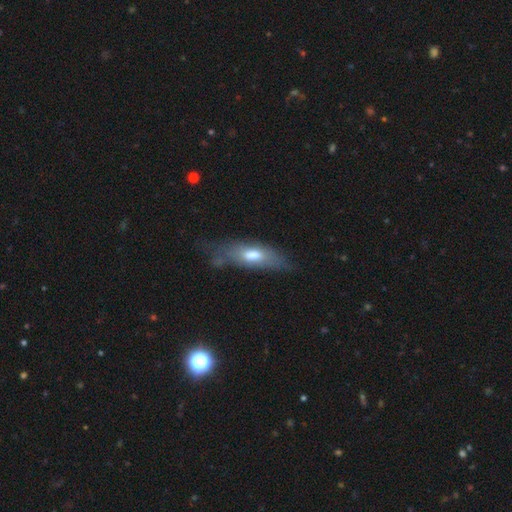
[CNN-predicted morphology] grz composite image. It shows a smooth galaxy with no disk features (50%). Merging: none (57%).